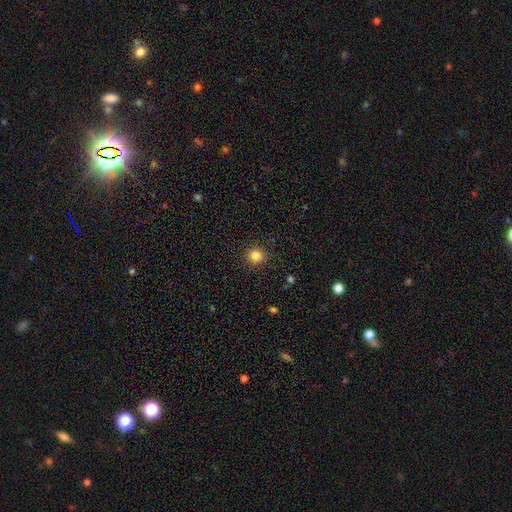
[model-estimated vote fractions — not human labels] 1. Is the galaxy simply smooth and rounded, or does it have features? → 84% smooth, 12% star or artifact, 5% featured or disk.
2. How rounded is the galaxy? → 93% round, 6% in between, 1% cigar-shaped.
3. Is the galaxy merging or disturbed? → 91% none, 6% minor disturbance, 2% major disturbance, 1% merger.